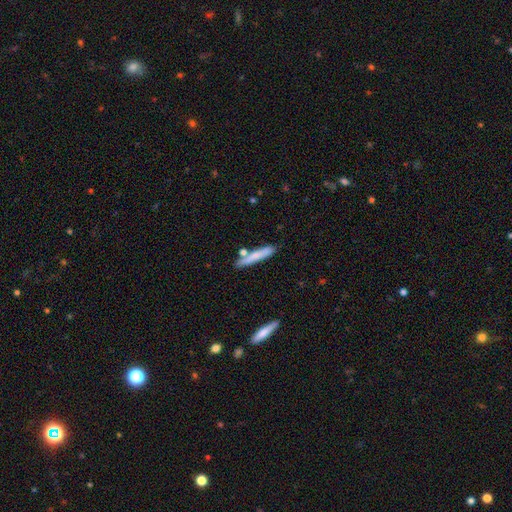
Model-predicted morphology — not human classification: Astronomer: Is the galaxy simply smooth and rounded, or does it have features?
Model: smooth — 71%.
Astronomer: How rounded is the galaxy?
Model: cigar-shaped — 91%.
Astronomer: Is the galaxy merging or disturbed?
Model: none — 75%.